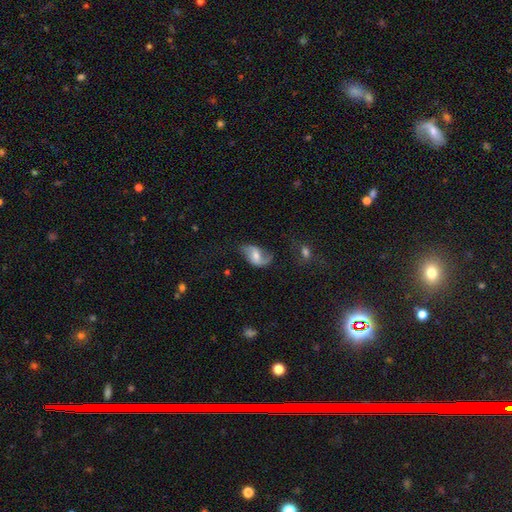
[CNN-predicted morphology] featured or disk 68%, smooth 24%, star or artifact 8%. Down the decision tree: edge-on disk — no (96%); bar — weak (49%); spiral arms — yes (89%); spiral arm count — 2 (84%); spiral winding — loose (70%); bulge size — moderate (48%); merging — none (57%).